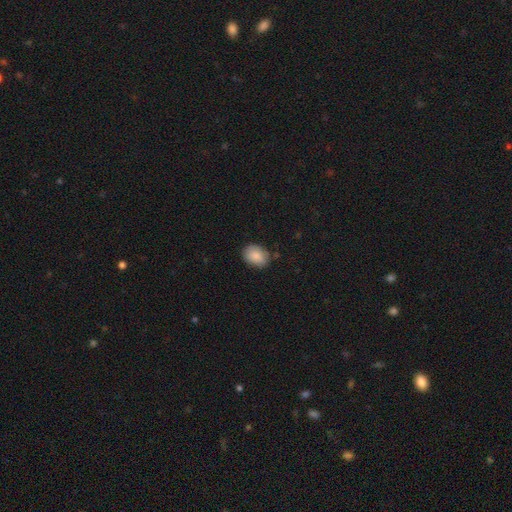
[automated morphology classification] A smooth galaxy with no disk features (88%) that is in between round and cigar-shaped (71%). Merging: none (81%).